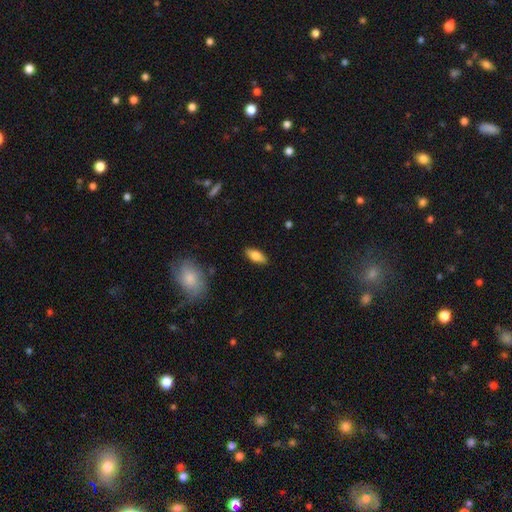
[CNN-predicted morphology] smooth 80%, featured or disk 14%, star or artifact 7%. Down the decision tree: how rounded — in between (84%); merging — none (87%).